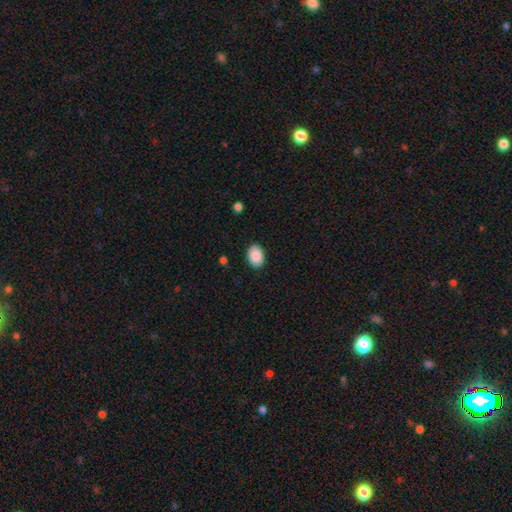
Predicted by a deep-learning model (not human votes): smooth_or_featured: smooth (p=0.90) [alt: star or artifact p=0.07]
how_rounded: in between (p=0.82) [alt: round p=0.17]
merging: none (p=0.88) [alt: minor disturbance p=0.08]